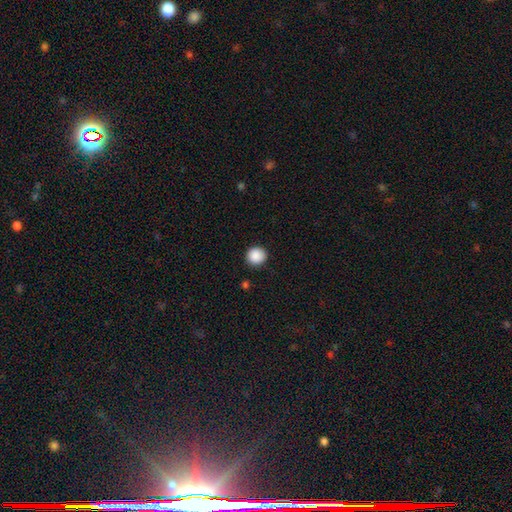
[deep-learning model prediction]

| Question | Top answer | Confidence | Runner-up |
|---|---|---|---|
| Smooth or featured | smooth | 89% | star or artifact (8%) |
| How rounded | round | 93% | in between (6%) |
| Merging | none | 91% | minor disturbance (6%) |